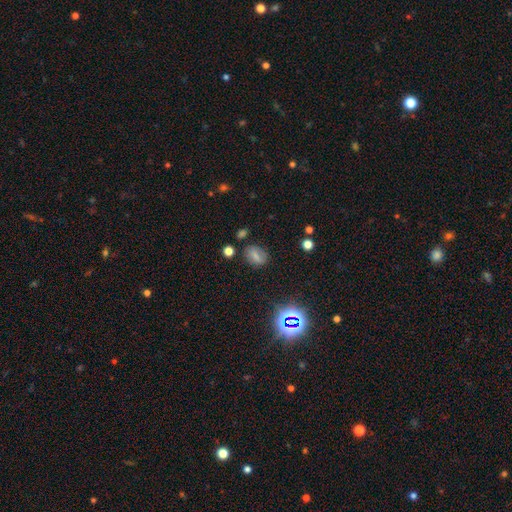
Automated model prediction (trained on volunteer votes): Morphology: type=smooth (65%); roundness=in between (68%); merging=none (75%).